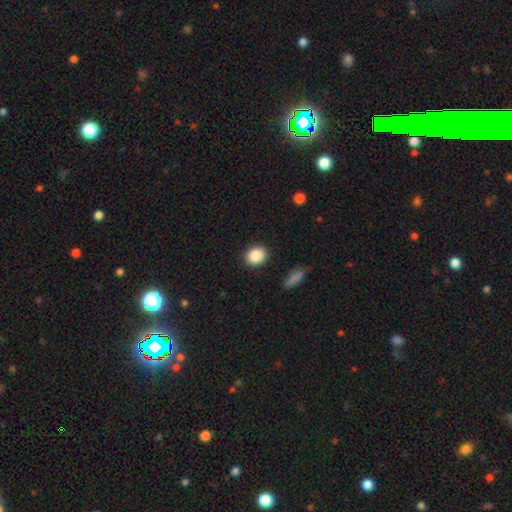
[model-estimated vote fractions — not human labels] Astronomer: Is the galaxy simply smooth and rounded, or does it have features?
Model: smooth — 88%.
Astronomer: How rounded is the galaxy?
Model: round — 57% (runner-up: in between, 41%).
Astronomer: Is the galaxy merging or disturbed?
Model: none — 88%.